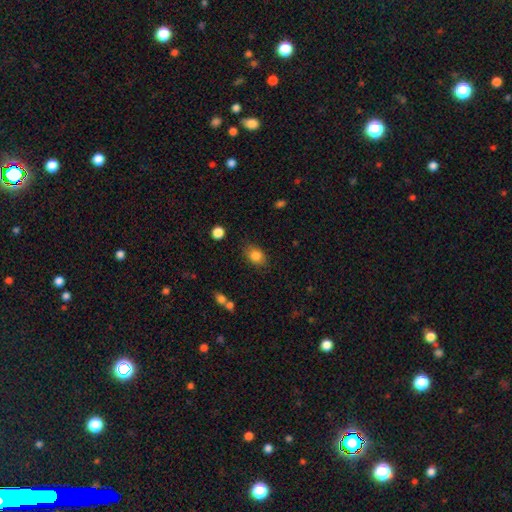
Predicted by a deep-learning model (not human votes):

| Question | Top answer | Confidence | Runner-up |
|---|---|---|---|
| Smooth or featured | smooth | 83% | star or artifact (9%) |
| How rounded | in between | 68% | round (30%) |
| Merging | none | 79% | minor disturbance (15%) |